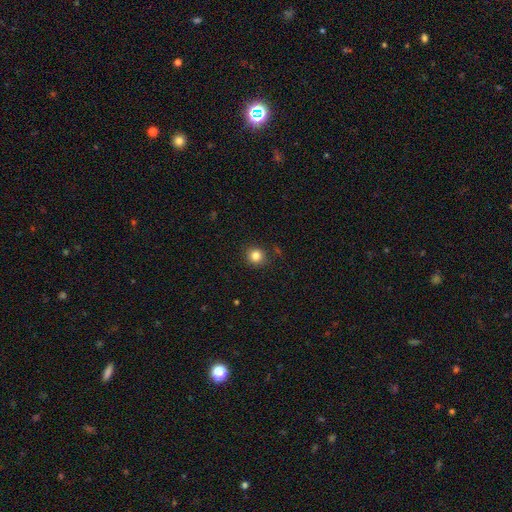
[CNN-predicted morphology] smooth_or_featured: smooth (p=0.83) [alt: star or artifact p=0.12]
how_rounded: round (p=0.91) [alt: in between p=0.08]
merging: none (p=0.89) [alt: minor disturbance p=0.07]